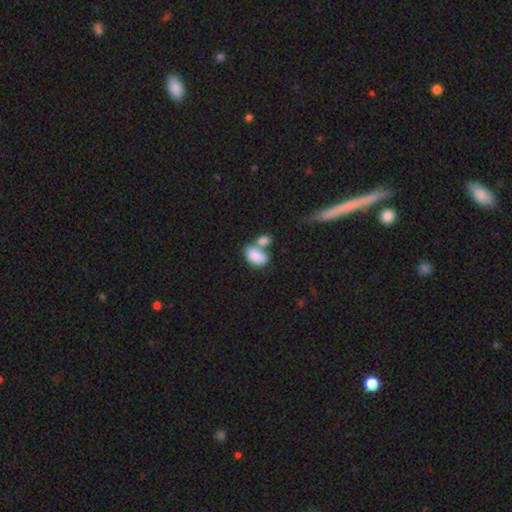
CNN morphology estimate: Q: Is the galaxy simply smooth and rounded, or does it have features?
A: smooth — 83%.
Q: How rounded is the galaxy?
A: in between — 92%.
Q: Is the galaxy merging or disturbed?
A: merger — 55%.